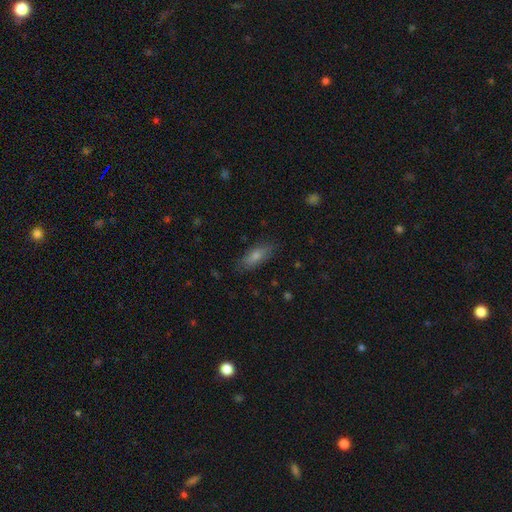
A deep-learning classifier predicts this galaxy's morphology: Smooth or featured: smooth — 63% (featured or disk — 27%)
How rounded: in between — 61% (cigar-shaped — 35%)
Merging: none — 82% (minor disturbance — 14%)